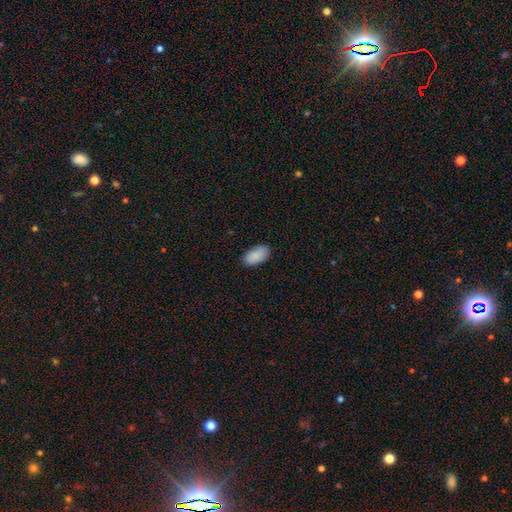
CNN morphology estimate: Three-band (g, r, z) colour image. It shows a smooth galaxy with no disk features (89%) that is in between round and cigar-shaped (95%). Merging: none (86%).